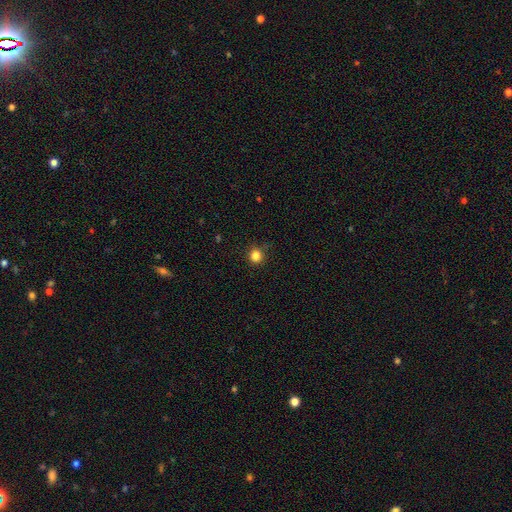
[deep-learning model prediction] This appears to be a smooth galaxy with no disk features (84%) that is round (92%). Merging: none (88%).